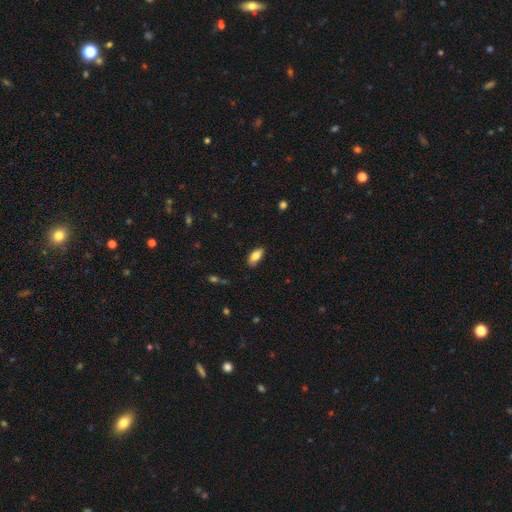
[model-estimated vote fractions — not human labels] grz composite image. It shows a smooth galaxy with no disk features (83%) that is in between round and cigar-shaped (88%). Merging: none (76%).